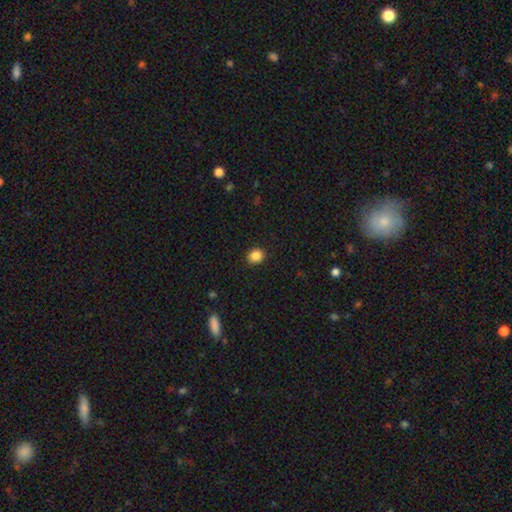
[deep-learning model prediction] The model was most divided on "how rounded": round: 66%, in between: 34%, cigar-shaped: 1%. More confident: merging — none (90%); smooth or featured — smooth (87%).